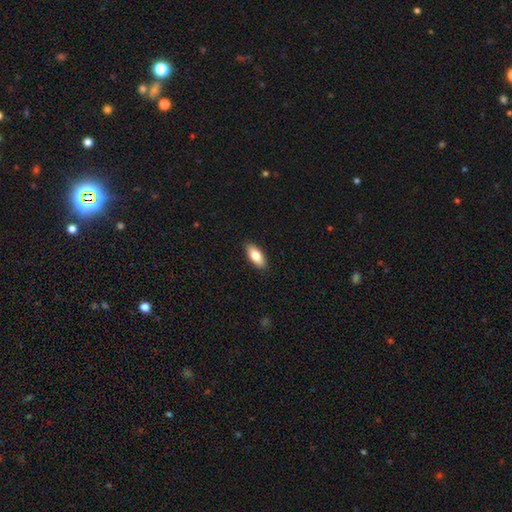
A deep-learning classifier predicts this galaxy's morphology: A smooth galaxy with no disk features (79%) that is in between round and cigar-shaped (83%).

Vote fractions:
- Smooth or featured? smooth: 79% / featured or disk: 15% / star or artifact: 6%
- How rounded? in between: 83% / cigar-shaped: 14% / round: 2%
- Merging? none: 90% / minor disturbance: 8% / major disturbance: 2% / merger: 1%